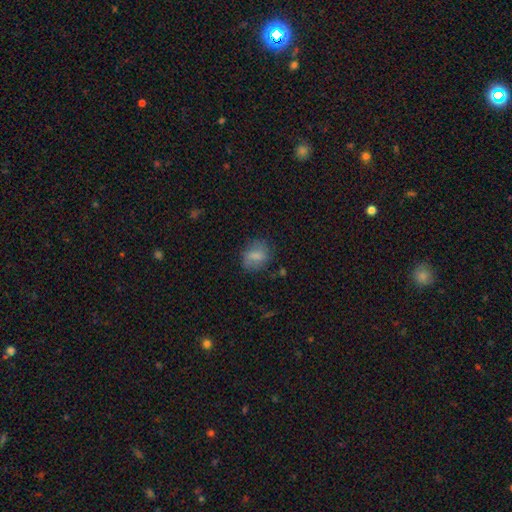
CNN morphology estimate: Q: Smooth or featured?
A: smooth (72%); runner-up: featured or disk (18%)
Q: How rounded?
A: round (51%); runner-up: in between (47%)
Q: Merging?
A: none (71%); runner-up: minor disturbance (20%)